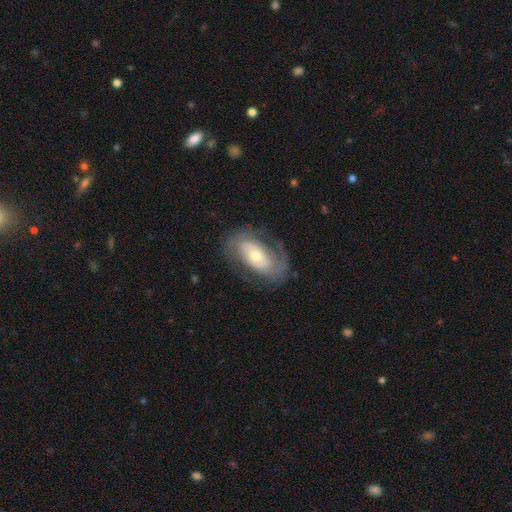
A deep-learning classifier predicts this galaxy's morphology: The model was most divided on "spiral winding": tight: 42%, medium: 39%, loose: 18%. More confident: edge-on disk — no (94%); spiral arms — yes (77%); merging — none (71%); smooth or featured — featured or disk (70%); spiral arm count — 2 (70%); bar — no (60%); bulge size — moderate (50%).